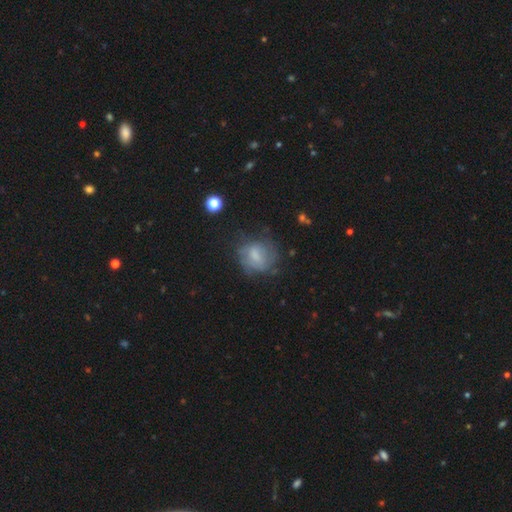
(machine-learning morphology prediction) A smooth galaxy with no disk features (56%) that is round (65%).

Vote fractions:
- Smooth or featured? smooth: 56% / featured or disk: 34% / star or artifact: 11%
- How rounded? round: 65% / in between: 33% / cigar-shaped: 1%
- Merging? none: 55% / minor disturbance: 26% / major disturbance: 16% / merger: 2%